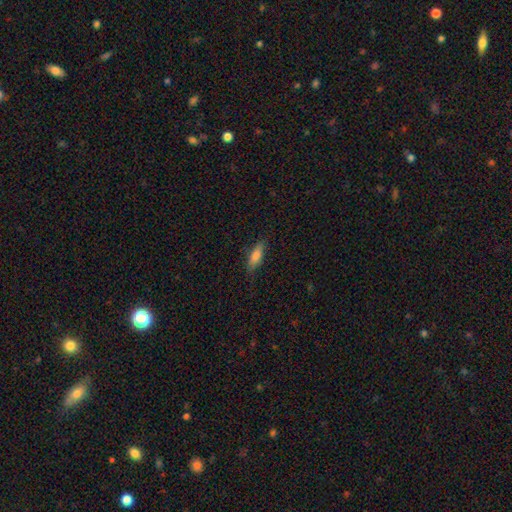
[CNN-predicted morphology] Overall: smooth (75%). How rounded: in between (53%; cigar-shaped 45%). Merging: none (79%).